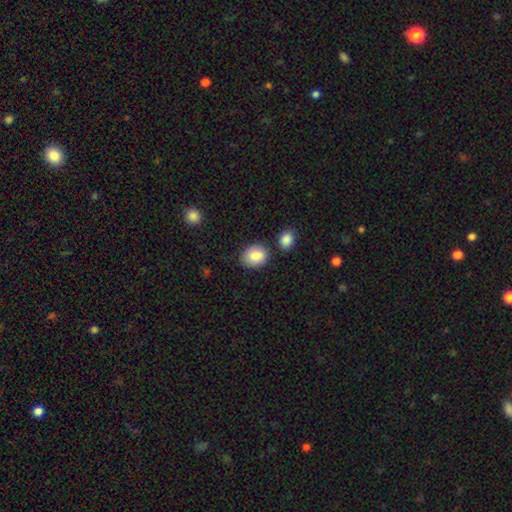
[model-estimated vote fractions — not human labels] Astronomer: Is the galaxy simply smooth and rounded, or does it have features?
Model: smooth — 85%.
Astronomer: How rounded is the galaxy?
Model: in between — 52% (runner-up: round, 47%).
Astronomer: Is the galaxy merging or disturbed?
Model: none — 74%.